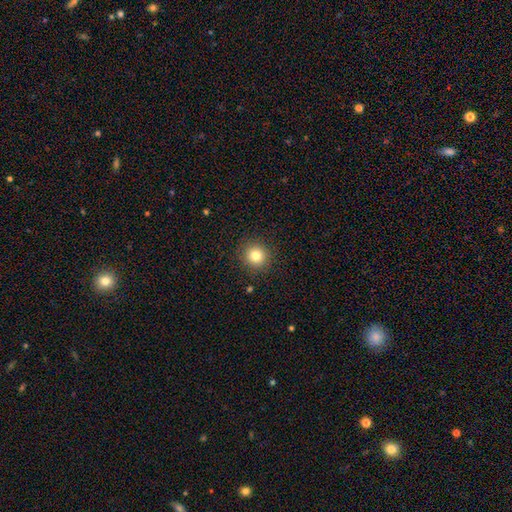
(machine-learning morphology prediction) This is clearly a smooth galaxy (81%). How rounded: clearly round (93%). Merging: clearly none (91%).